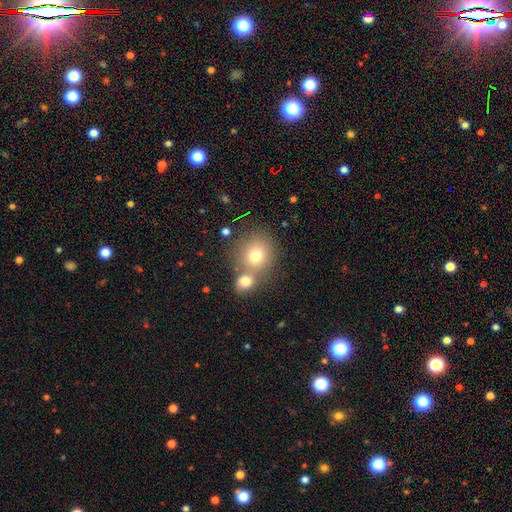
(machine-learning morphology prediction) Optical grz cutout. It shows a smooth galaxy with no disk features (74%) that is round (83%). Merging: none (52%).